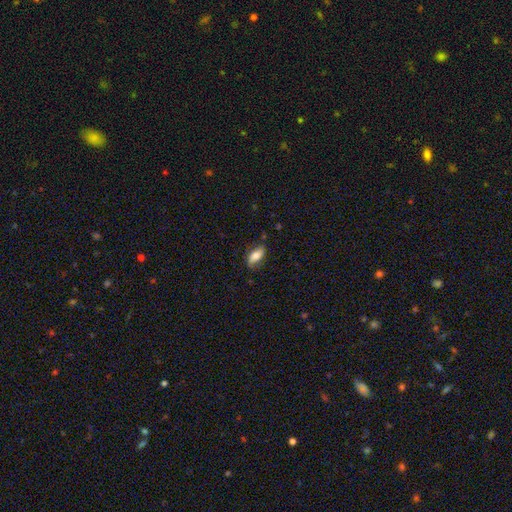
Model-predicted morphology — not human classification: This is likely a smooth galaxy (71%). How rounded: clearly in between (88%). Merging: likely none (73%).